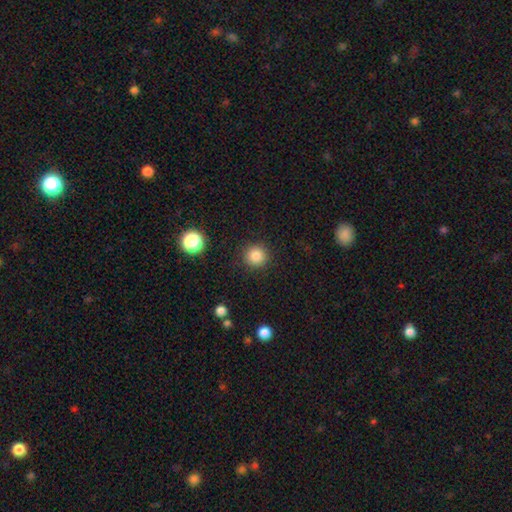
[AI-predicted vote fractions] Smooth or featured? Predicted: smooth (p=0.84). How rounded? Predicted: round (p=0.94). Merging? Predicted: none (p=0.90).